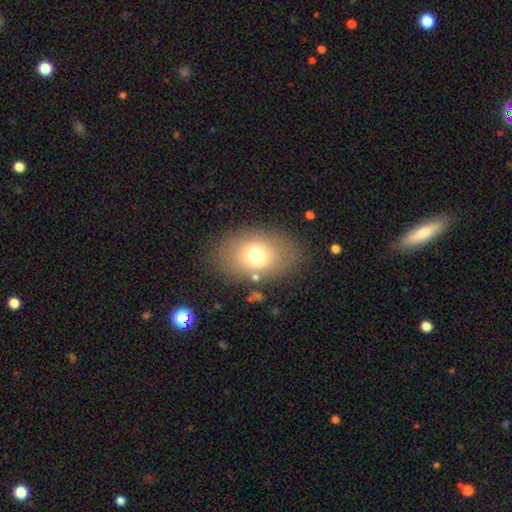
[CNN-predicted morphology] Q: Smooth or featured?
A: smooth (70%); runner-up: featured or disk (18%)
Q: How rounded?
A: in between (74%); runner-up: round (25%)
Q: Merging?
A: none (81%); runner-up: minor disturbance (11%)